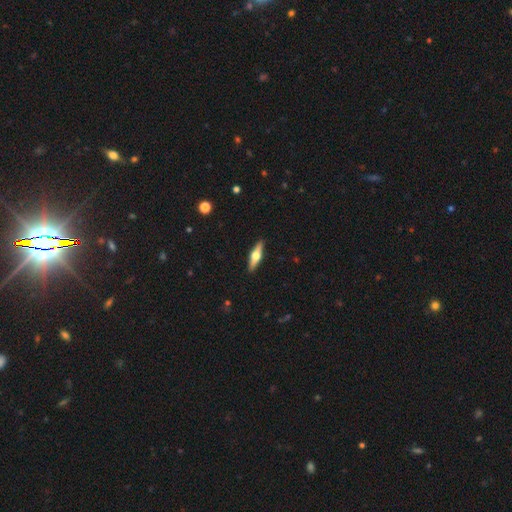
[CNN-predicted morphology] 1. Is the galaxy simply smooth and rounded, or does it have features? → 59% featured or disk, 36% smooth, 5% star or artifact.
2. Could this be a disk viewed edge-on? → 95% yes, 5% no.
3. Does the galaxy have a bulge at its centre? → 95% rounded, 3% boxy, 2% none.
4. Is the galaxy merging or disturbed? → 91% none, 7% minor disturbance, 1% major disturbance, 1% merger.